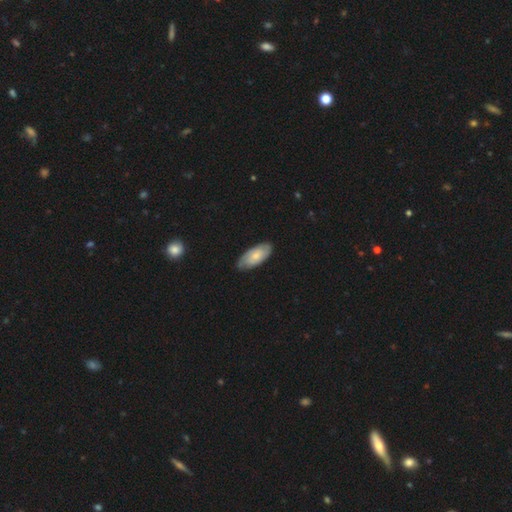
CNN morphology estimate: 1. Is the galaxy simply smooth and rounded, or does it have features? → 58% smooth, 37% featured or disk, 5% star or artifact.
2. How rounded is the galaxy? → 88% in between, 10% cigar-shaped, 2% round.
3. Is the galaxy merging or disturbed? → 77% none, 19% minor disturbance, 3% major disturbance, 1% merger.